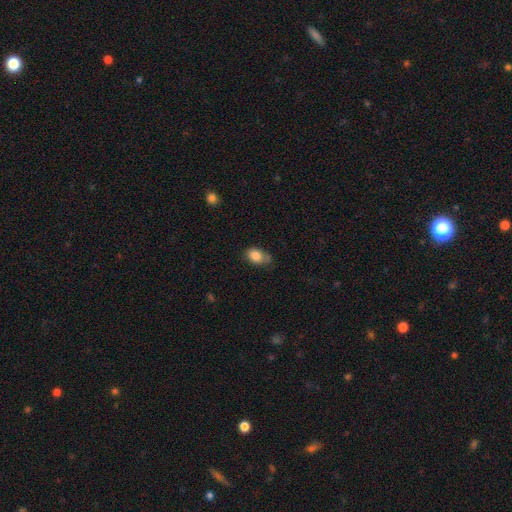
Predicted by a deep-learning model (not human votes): Smooth or featured: smooth — 85% (star or artifact — 8%)
How rounded: in between — 77% (round — 22%)
Merging: none — 53% (minor disturbance — 33%)